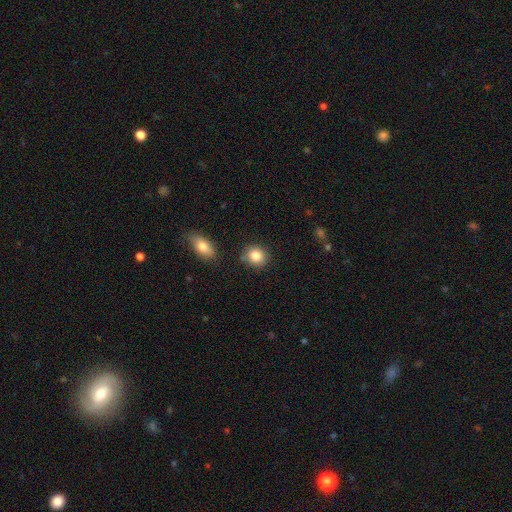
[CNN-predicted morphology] A smooth galaxy with no disk features (86%) that is round (76%).

Vote fractions:
- Smooth or featured? smooth: 86% / star or artifact: 8% / featured or disk: 6%
- How rounded? round: 76% / in between: 23% / cigar-shaped: 1%
- Merging? none: 82% / minor disturbance: 10% / merger: 5% / major disturbance: 3%